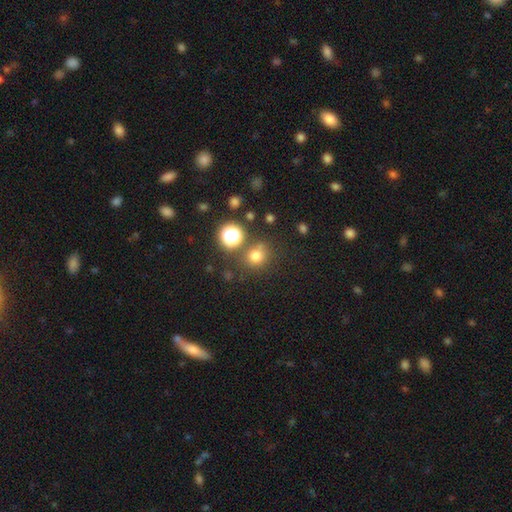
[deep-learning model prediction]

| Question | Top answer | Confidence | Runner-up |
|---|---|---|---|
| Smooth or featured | smooth | 72% | star or artifact (22%) |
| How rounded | round | 86% | in between (13%) |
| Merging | none | 74% | minor disturbance (12%) |